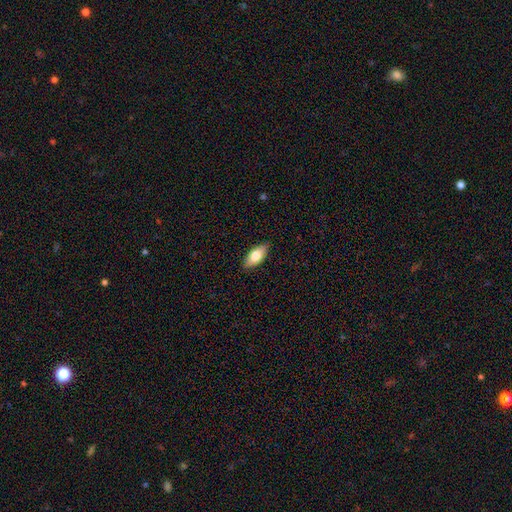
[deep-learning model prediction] Smooth or featured: smooth — 75% (featured or disk — 19%)
How rounded: in between — 88% (cigar-shaped — 9%)
Merging: none — 87% (minor disturbance — 10%)